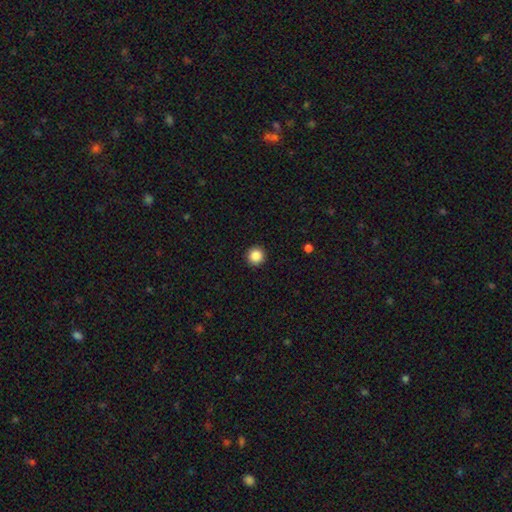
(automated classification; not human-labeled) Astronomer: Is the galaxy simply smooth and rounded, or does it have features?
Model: smooth — 87%.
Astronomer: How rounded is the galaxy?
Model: round — 96%.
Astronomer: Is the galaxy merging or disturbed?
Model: none — 93%.